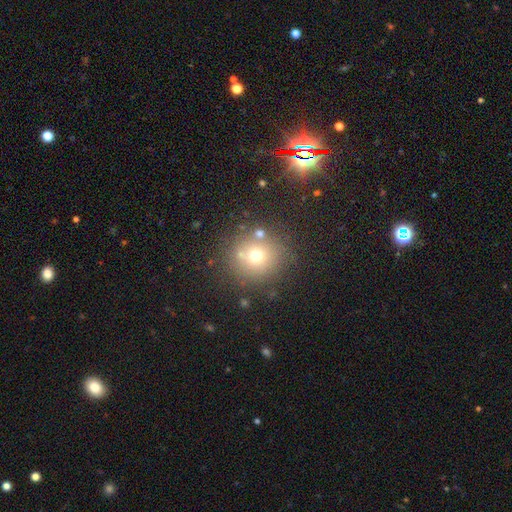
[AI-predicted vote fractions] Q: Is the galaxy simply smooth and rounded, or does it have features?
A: smooth — 66%.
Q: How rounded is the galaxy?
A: round — 90%.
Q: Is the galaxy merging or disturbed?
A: none — 76%.